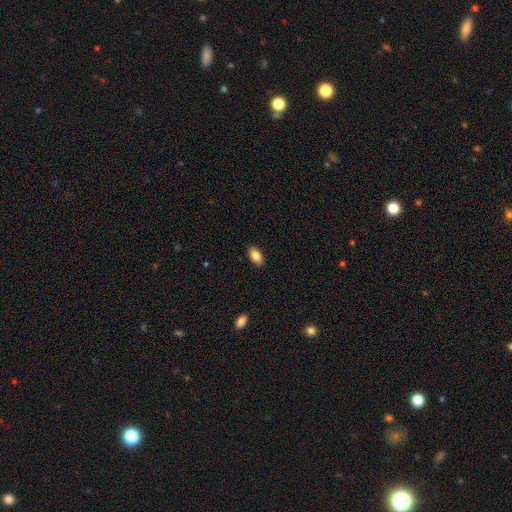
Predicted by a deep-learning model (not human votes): smooth-or-featured: smooth: 84% | featured or disk: 8% | star or artifact: 7%
  how-rounded: in between: 92% | round: 6% | cigar-shaped: 2%
  merging: none: 88% | minor disturbance: 9% | major disturbance: 2% | merger: 1%